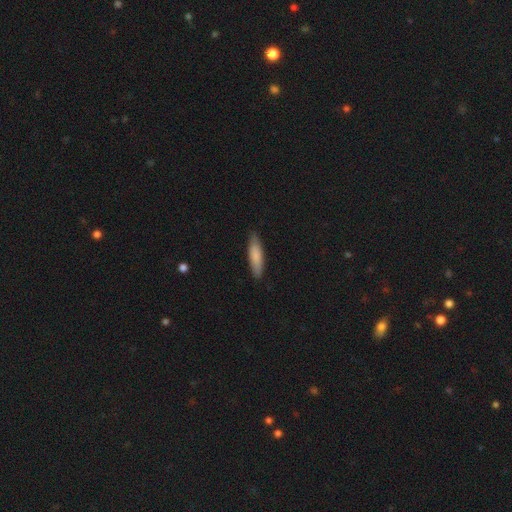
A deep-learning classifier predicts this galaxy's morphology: smooth 82%, featured or disk 13%, star or artifact 5%. Down the decision tree: how rounded — cigar-shaped (70%); merging — none (85%).